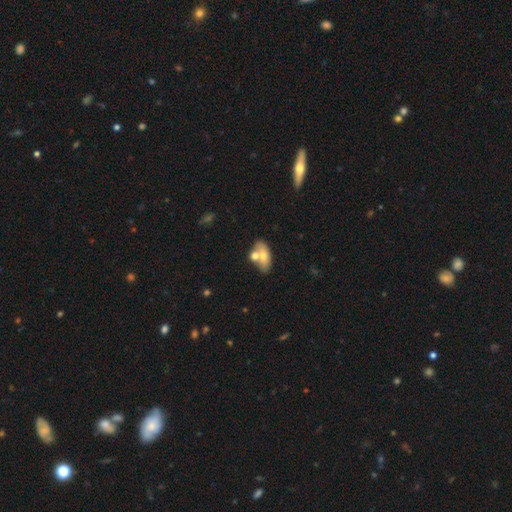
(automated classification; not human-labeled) Smooth or featured? smooth (65%)
How rounded? in between (86%)
Merging? none (48%)